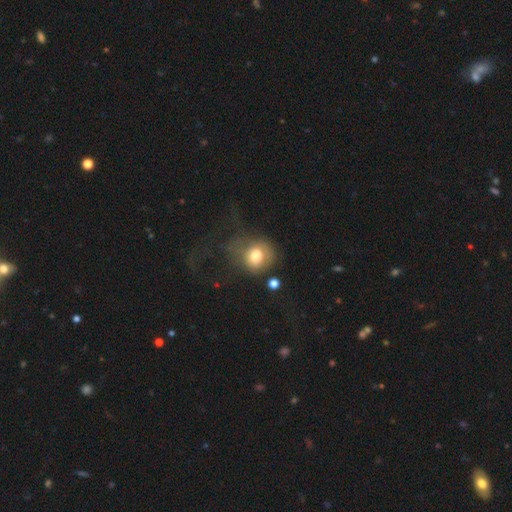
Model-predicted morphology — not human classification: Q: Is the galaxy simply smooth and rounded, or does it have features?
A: smooth — 73%.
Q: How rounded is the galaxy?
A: round — 68%.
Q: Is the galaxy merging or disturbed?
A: major disturbance — 40%.